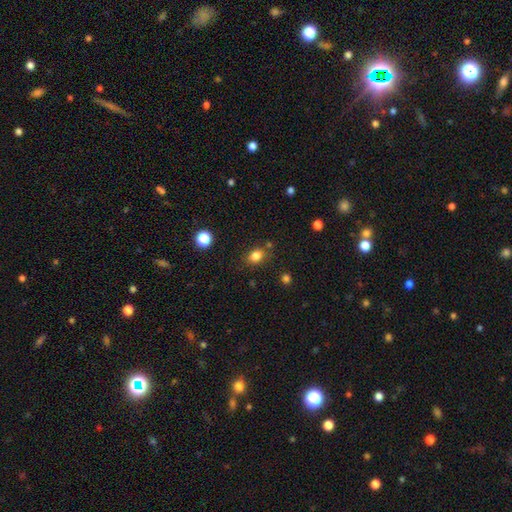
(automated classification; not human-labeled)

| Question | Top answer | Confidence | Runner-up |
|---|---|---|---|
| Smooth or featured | smooth | 83% | star or artifact (12%) |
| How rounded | in between | 56% | round (42%) |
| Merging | none | 76% | minor disturbance (14%) |